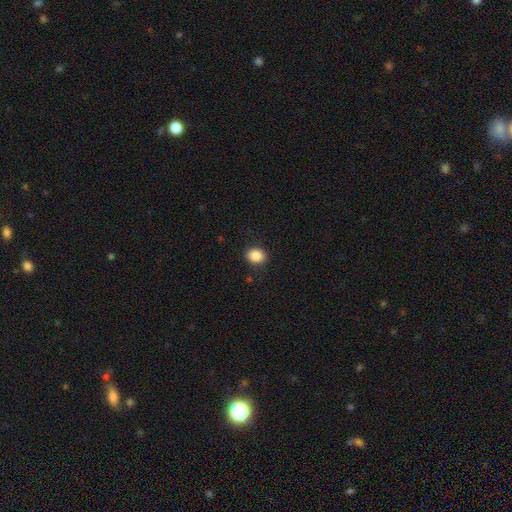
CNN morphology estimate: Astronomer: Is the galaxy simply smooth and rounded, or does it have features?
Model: smooth — 87%.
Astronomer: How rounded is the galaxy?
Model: round — 51% (runner-up: in between, 48%).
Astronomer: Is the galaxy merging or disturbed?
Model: none — 89%.